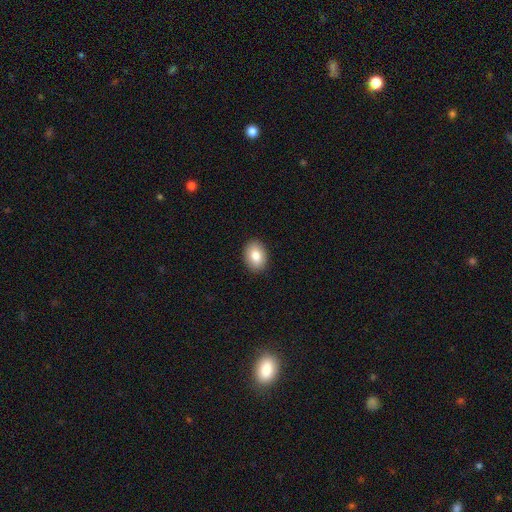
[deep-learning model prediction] Q: Smooth or featured?
A: smooth (82%); runner-up: featured or disk (10%)
Q: How rounded?
A: in between (72%); runner-up: round (27%)
Q: Merging?
A: none (90%); runner-up: minor disturbance (7%)